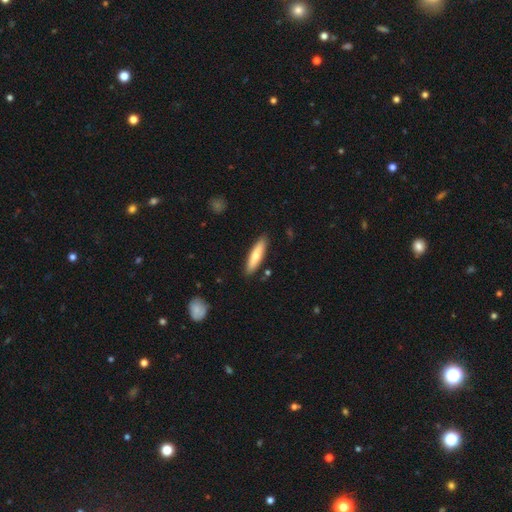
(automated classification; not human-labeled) Smooth or featured?
  - smooth: 68% *
  - featured or disk: 26%
  - star or artifact: 6%
How rounded?
  - cigar-shaped: 75% *
  - in between: 24%
  - round: 2%
Merging?
  - none: 88% *
  - minor disturbance: 9%
  - merger: 2%
  - major disturbance: 2%